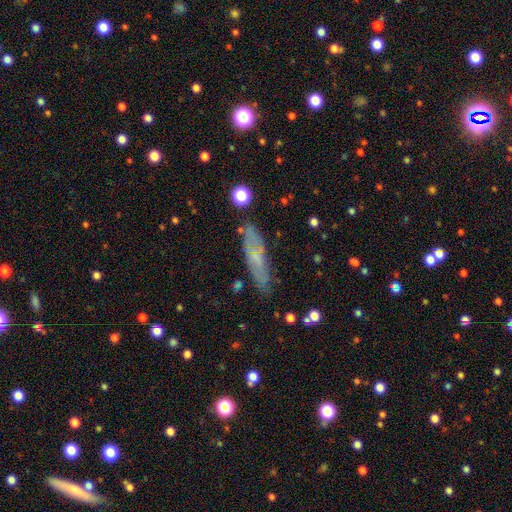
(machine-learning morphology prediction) smooth 48%, featured or disk 42%, star or artifact 10%. Down the decision tree: merging — none (80%).